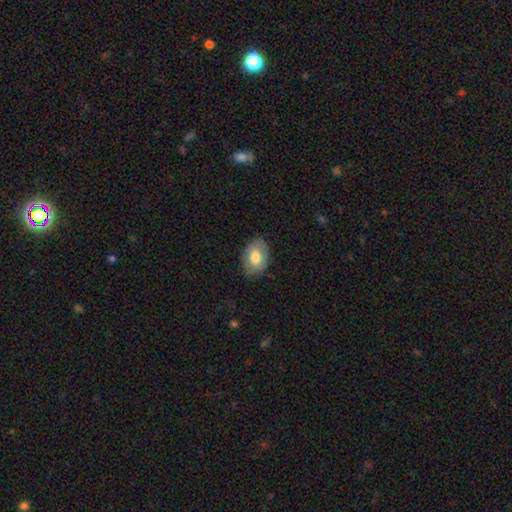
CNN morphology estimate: The model was most divided on "smooth or featured": smooth: 69%, featured or disk: 24%, star or artifact: 6%. More confident: how rounded — in between (83%); merging — none (82%).